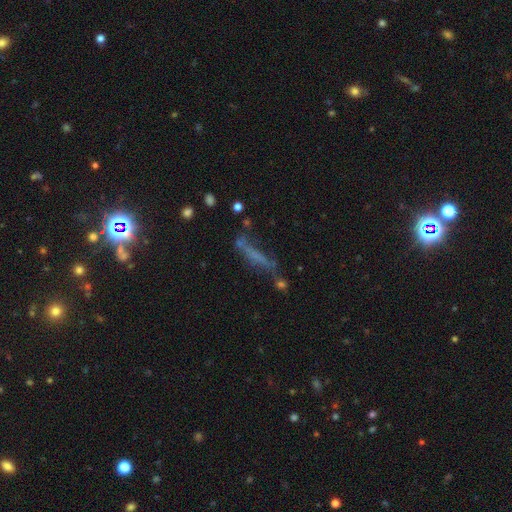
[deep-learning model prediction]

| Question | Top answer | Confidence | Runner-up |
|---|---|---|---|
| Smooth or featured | smooth | 42% | featured or disk (39%) |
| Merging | none | 46% | minor disturbance (22%) |